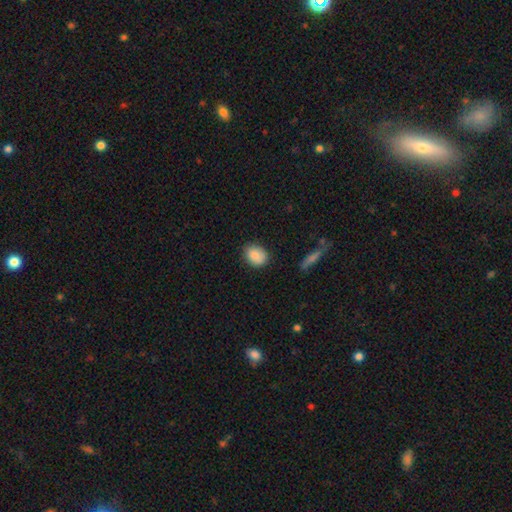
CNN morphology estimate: type=smooth (86%); roundness=in between (54%); merging=none (82%).